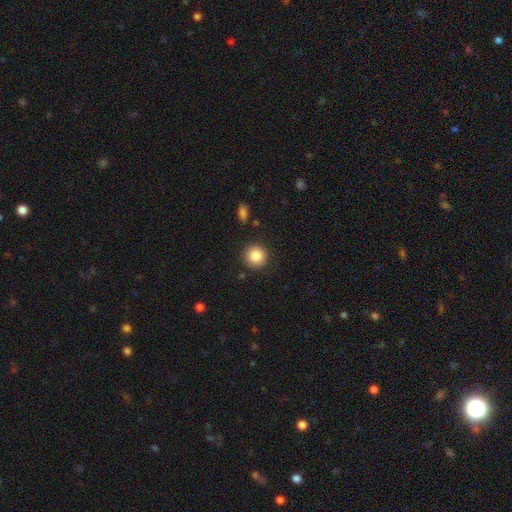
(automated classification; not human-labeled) Smooth or featured? smooth (86%)
How rounded? round (94%)
Merging? none (89%)